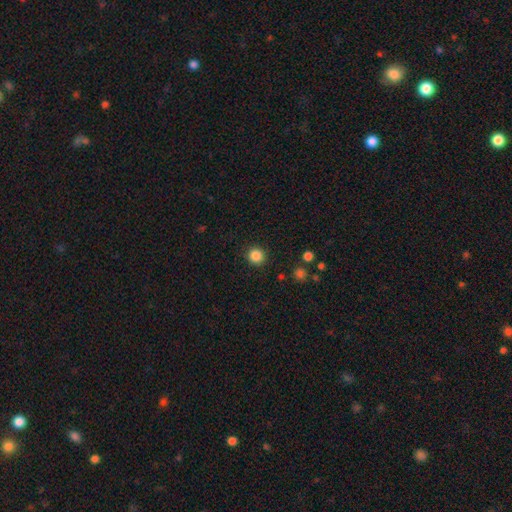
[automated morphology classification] smooth_or_featured: smooth (p=0.85) [alt: star or artifact p=0.11]
how_rounded: round (p=0.93) [alt: in between p=0.07]
merging: none (p=0.91) [alt: minor disturbance p=0.06]